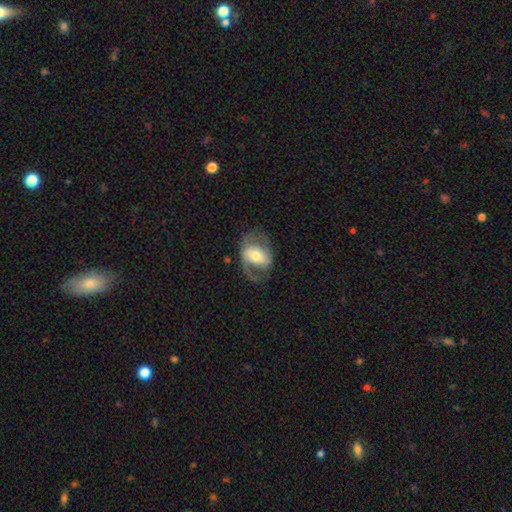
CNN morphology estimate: type=featured or disk (70%); edge-on=no (95%); bar=strong (38%, tied with weak); spiral arms=yes (81%); winding=medium (47%); arm count=2 (75%); bulge=moderate (62%); merging=none (61%).